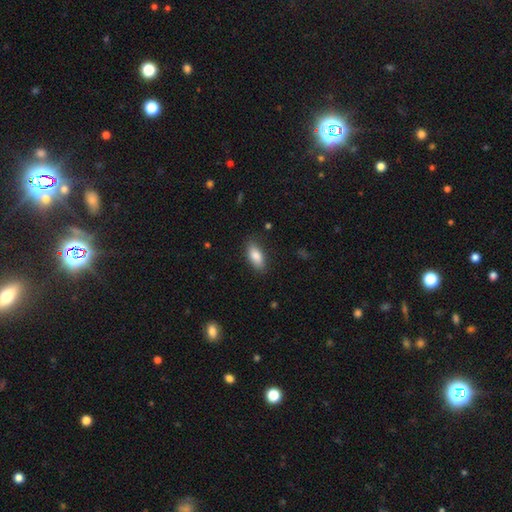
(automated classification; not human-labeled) Smooth or featured? smooth (85%)
How rounded? in between (83%)
Merging? none (84%)